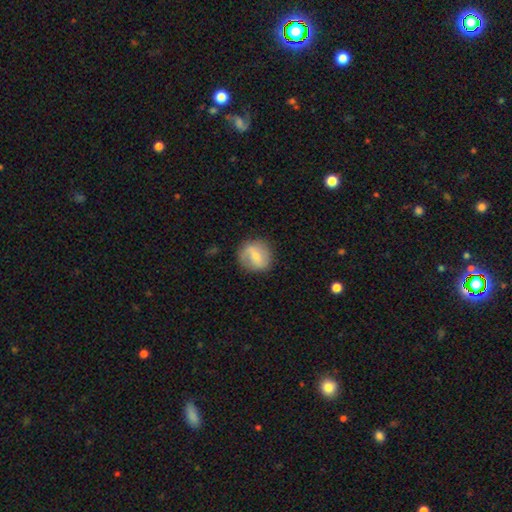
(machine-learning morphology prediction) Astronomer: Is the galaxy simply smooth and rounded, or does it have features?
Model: smooth — 49% (runner-up: featured or disk, 44%).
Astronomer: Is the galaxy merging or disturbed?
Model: none — 79%.